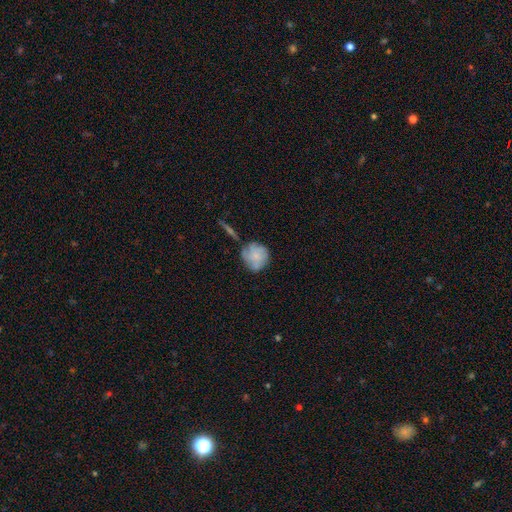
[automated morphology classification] Smooth or featured: smooth — 59% (featured or disk — 32%)
How rounded: round — 81% (in between — 17%)
Merging: none — 58% (minor disturbance — 25%)